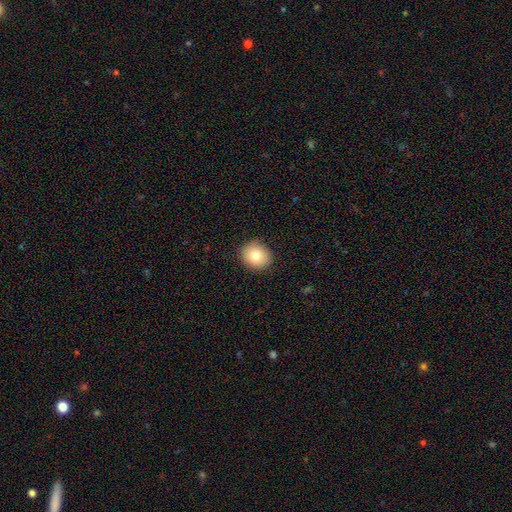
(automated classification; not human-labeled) This is likely a smooth galaxy (79%). How rounded: likely round (68%). Merging: clearly none (87%).